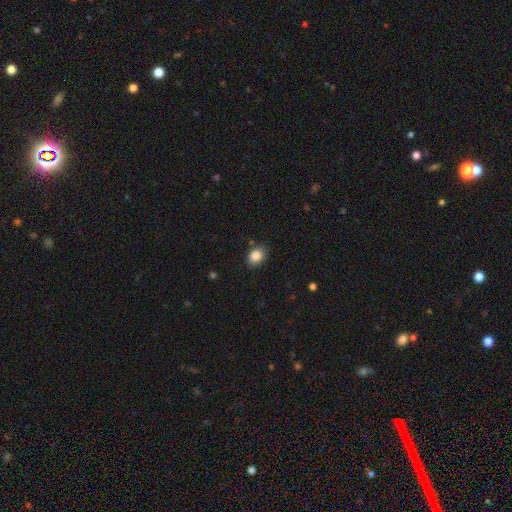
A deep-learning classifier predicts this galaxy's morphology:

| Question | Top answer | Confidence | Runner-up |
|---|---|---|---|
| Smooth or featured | smooth | 86% | star or artifact (8%) |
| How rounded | in between | 67% | round (32%) |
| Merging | none | 83% | minor disturbance (12%) |